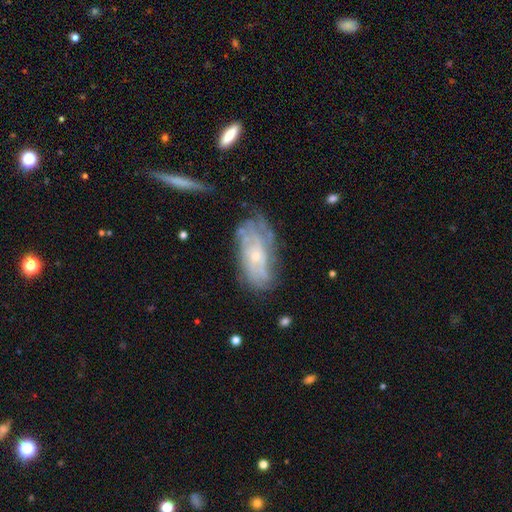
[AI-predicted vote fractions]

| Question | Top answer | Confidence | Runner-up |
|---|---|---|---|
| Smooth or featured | featured or disk | 70% | smooth (23%) |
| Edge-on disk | no | 89% | yes (11%) |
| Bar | no | 76% | weak (20%) |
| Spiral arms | yes | 78% | no (22%) |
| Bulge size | small | 72% | moderate (23%) |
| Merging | none | 59% | minor disturbance (25%) |